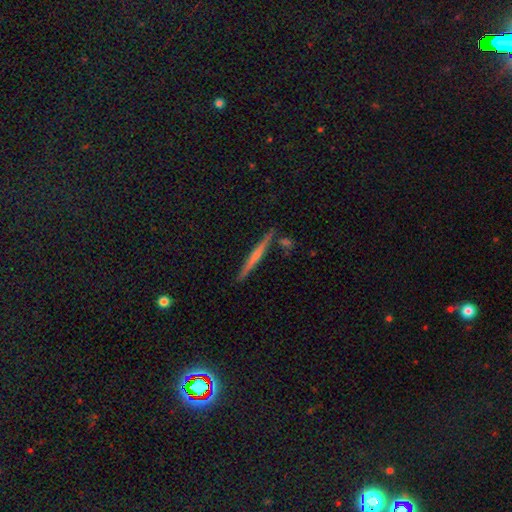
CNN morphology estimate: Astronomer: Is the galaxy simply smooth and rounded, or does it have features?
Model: featured or disk — 54% (runner-up: smooth, 40%).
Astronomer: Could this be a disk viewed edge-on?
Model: yes — 97%.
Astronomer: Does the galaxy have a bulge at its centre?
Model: none — 57% (runner-up: rounded, 33%).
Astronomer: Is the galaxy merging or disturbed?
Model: none — 86%.